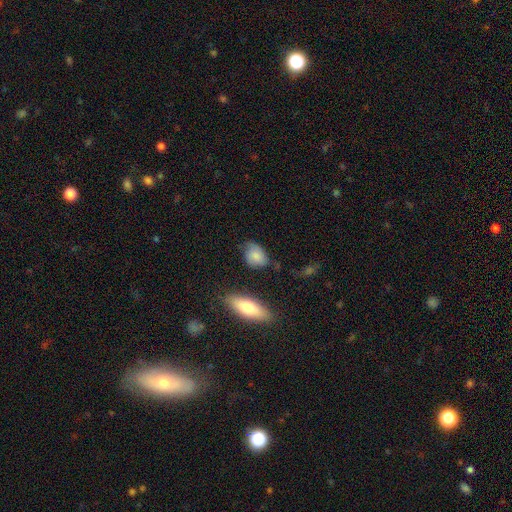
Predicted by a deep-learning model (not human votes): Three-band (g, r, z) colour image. It shows a smooth galaxy with no disk features (71%) that is in between round and cigar-shaped (71%). Merging: none (55%).